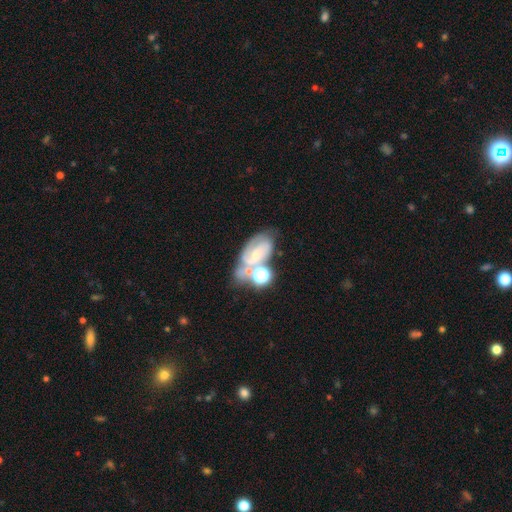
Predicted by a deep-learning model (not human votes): Smooth or featured? Predicted: featured or disk (p=0.64). Edge-on disk? Predicted: no (p=0.96). Bar? Predicted: no (p=0.52). Spiral arms? Predicted: yes (p=0.84). Spiral winding? Predicted: tight (p=0.44). Spiral arm count? Predicted: 2 (p=0.59). Bulge size? Predicted: small (p=0.65). Merging? Predicted: none (p=0.39).